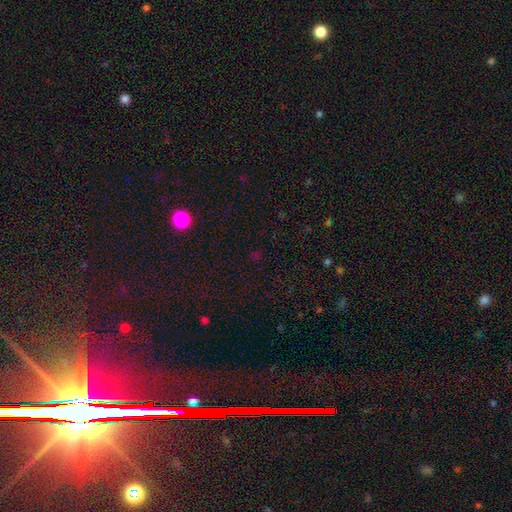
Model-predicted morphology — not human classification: Overall: star or artifact (64%; smooth 28%).